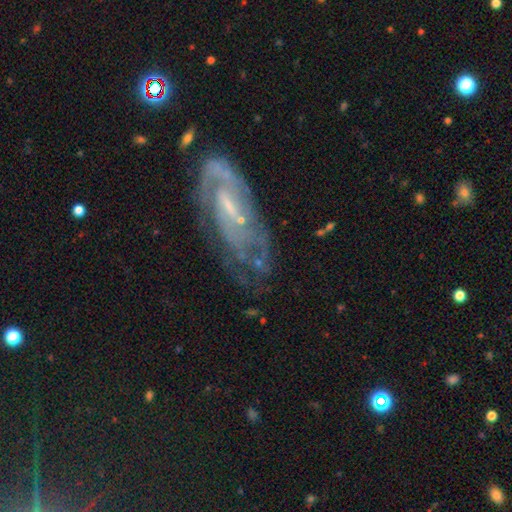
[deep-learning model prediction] smooth-or-featured: featured or disk: 78% | smooth: 13% | star or artifact: 8%
  disk-edge-on: no: 90% | yes: 10%
    bar: weak: 46% | no: 36% | strong: 18%
    has-spiral-arms: yes: 84% | no: 16%
      spiral-winding: tight: 49% | medium: 38% | loose: 13%
      spiral-arm-count: can't tell: 42% | 2: 34% | 1: 9% | 3: 9% | 4: 4% | more than 4: 3%
    bulge-size: small: 56% | moderate: 26% | none: 15% | large: 2% | dominant: 1%
  merging: none: 54% | minor disturbance: 24% | major disturbance: 18% | merger: 4%